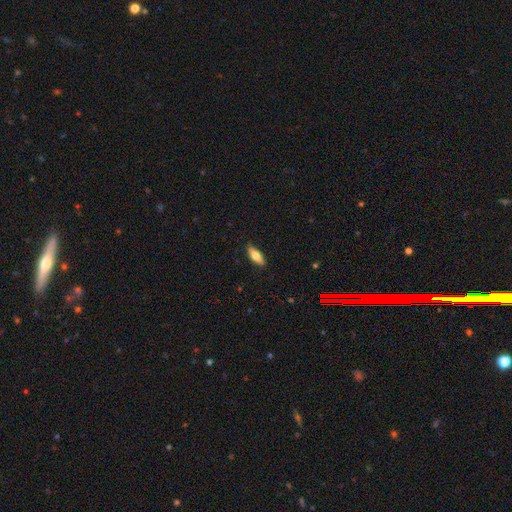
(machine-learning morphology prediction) type=smooth (73%); roundness=in between (70%); merging=none (88%).